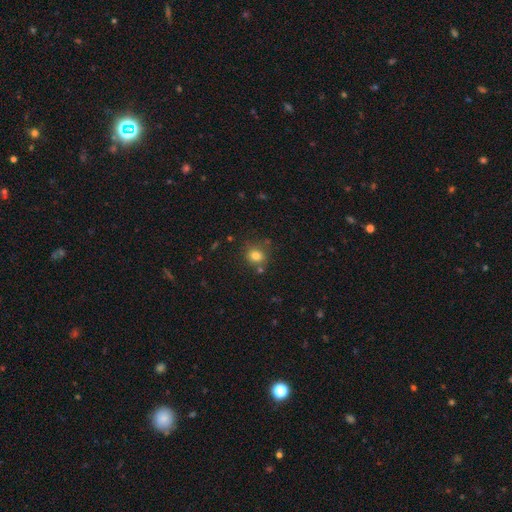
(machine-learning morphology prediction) smooth 80%, star or artifact 13%, featured or disk 7%. Down the decision tree: how rounded — round (77%); merging — none (74%).